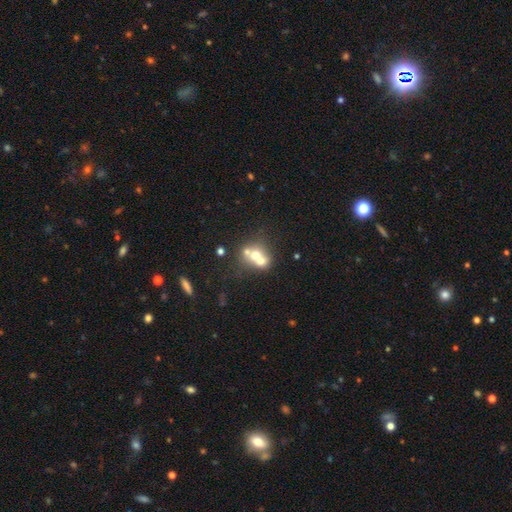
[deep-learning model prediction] Overall: smooth (57%; featured or disk 30%). How rounded: round (70%). Merging: merger (64%; none 26%).